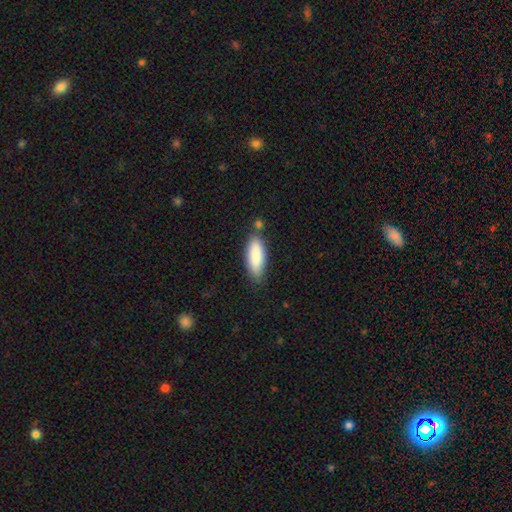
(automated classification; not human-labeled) Smooth or featured?
  - smooth: 86% *
  - featured or disk: 8%
  - star or artifact: 6%
How rounded?
  - in between: 65% *
  - cigar-shaped: 33%
  - round: 2%
Merging?
  - none: 73% *
  - minor disturbance: 16%
  - merger: 7%
  - major disturbance: 4%